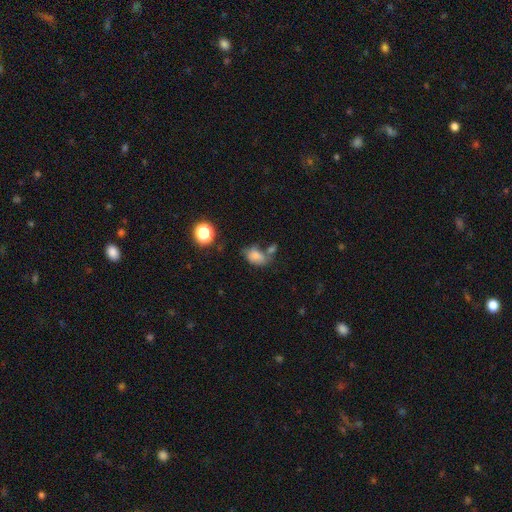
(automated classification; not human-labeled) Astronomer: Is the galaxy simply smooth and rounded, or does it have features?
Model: smooth — 75%.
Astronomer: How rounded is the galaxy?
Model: in between — 83%.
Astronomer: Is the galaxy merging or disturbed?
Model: none — 38% (runner-up: merger, 29%).